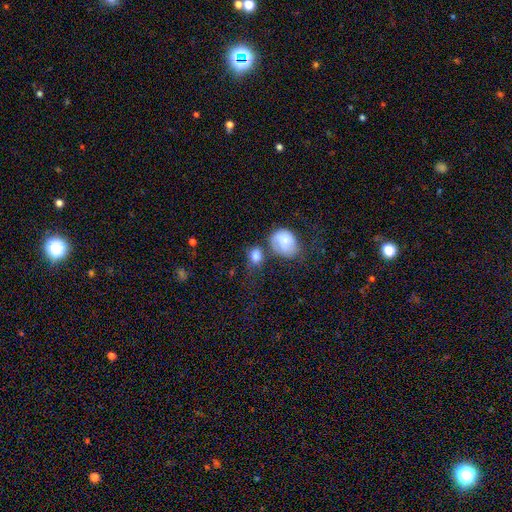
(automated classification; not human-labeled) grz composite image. It shows a smooth galaxy with no disk features (78%) that is in between round and cigar-shaped (53%). Merging: none (45%).